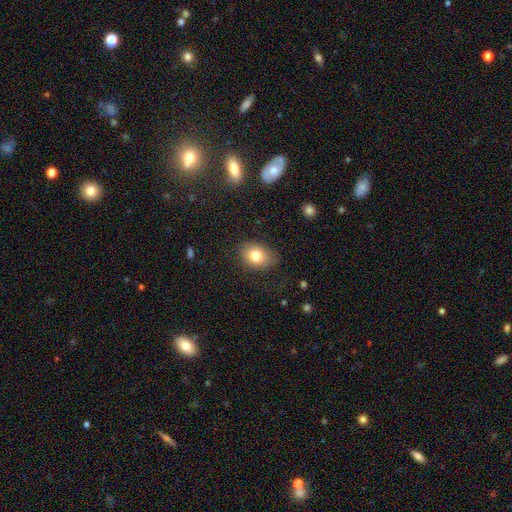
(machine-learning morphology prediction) smooth 79%, featured or disk 12%, star or artifact 10%. Down the decision tree: how rounded — in between (64%); merging — none (76%).